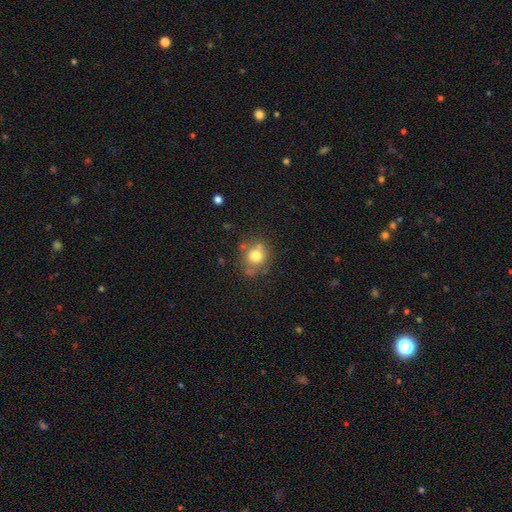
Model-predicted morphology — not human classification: Smooth or featured?
  - smooth: 72% *
  - featured or disk: 17%
  - star or artifact: 11%
How rounded?
  - round: 72% *
  - in between: 27%
  - cigar-shaped: 1%
Merging?
  - none: 65% *
  - minor disturbance: 20%
  - merger: 9%
  - major disturbance: 6%